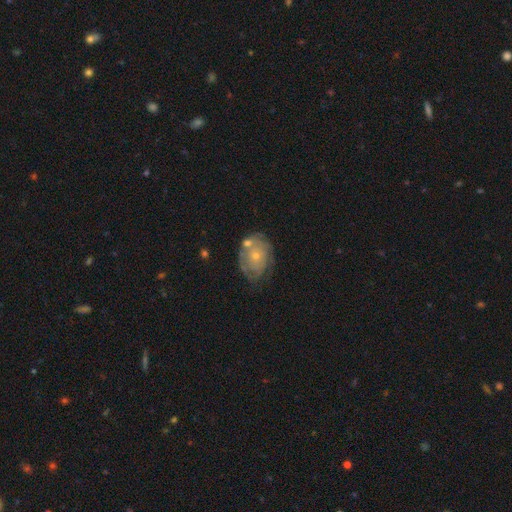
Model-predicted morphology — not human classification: The model was most divided on "merging": none: 53%, minor disturbance: 23%, merger: 13%, major disturbance: 10%. More confident: edge-on disk — no (96%); bar — no (86%); bulge size — small (69%); spiral arms — yes (68%); smooth or featured — featured or disk (64%).